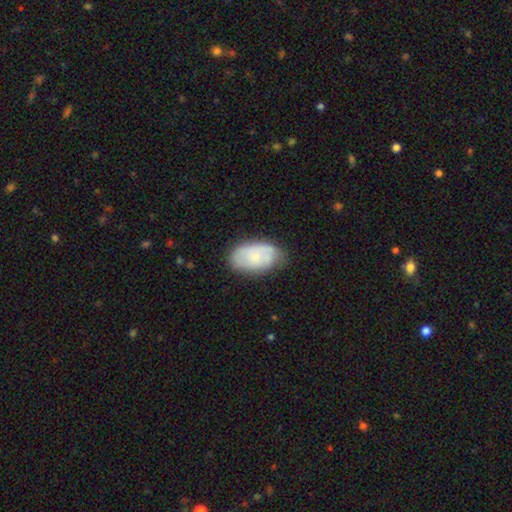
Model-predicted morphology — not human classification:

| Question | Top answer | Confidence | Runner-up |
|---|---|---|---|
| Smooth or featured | smooth | 59% | featured or disk (35%) |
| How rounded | in between | 92% | round (6%) |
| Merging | none | 63% | minor disturbance (28%) |